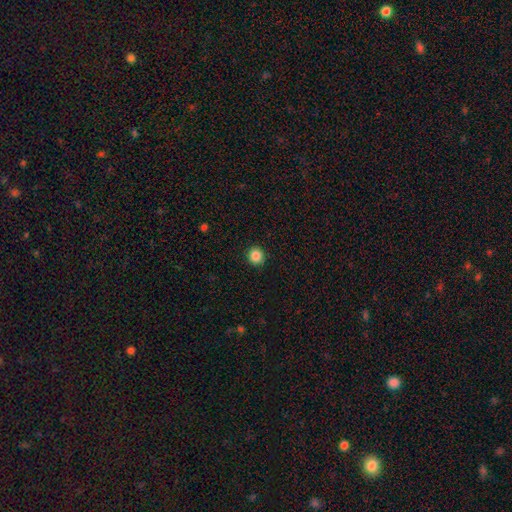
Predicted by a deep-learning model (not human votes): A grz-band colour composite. It shows a smooth galaxy with no disk features (86%) that is round (90%). Merging: none (92%).